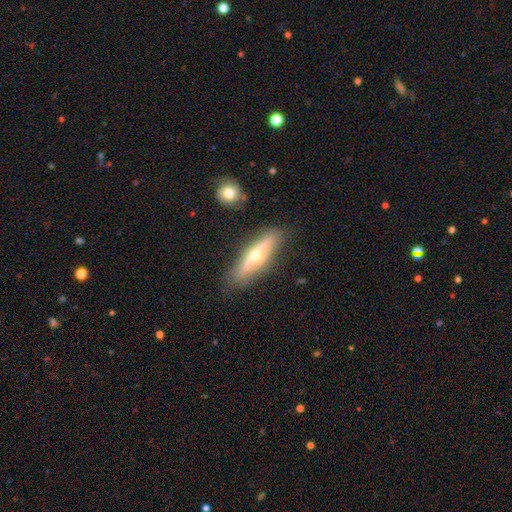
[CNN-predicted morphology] featured or disk 60%, smooth 34%, star or artifact 7%. Down the decision tree: edge-on disk — yes (87%); edge-on bulge — rounded (89%); merging — none (83%).